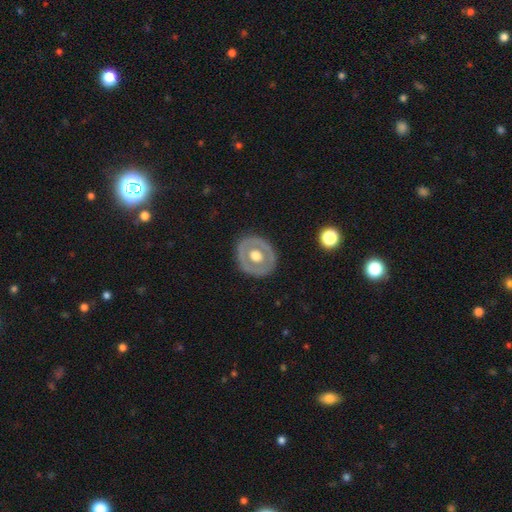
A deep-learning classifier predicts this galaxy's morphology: A featured or disk galaxy (54%).

Vote fractions:
- Smooth or featured? featured or disk: 54% / smooth: 41% / star or artifact: 5%
- Edge-on disk? no: 93% / yes: 7%
- Merging? none: 84% / minor disturbance: 11% / major disturbance: 4% / merger: 1%